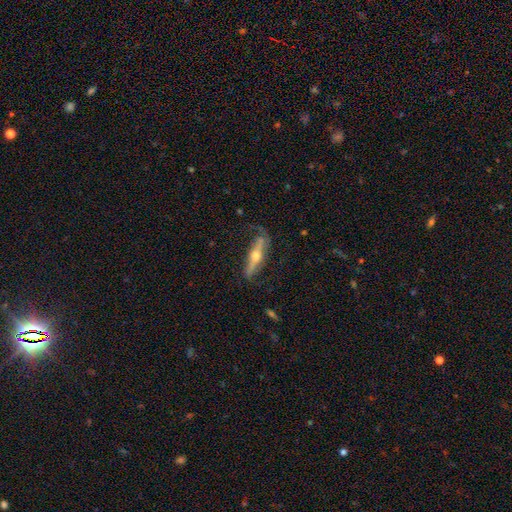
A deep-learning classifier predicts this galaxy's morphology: This is likely a featured or disk galaxy (68%). It is clearly viewed edge-on (82%). Edge-on bulge: clearly rounded (92%). Merging: likely none (61%).